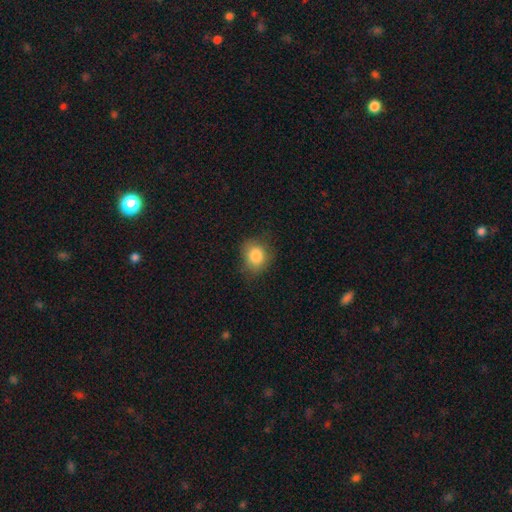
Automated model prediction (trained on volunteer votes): Smooth or featured? Predicted: smooth (p=0.84). How rounded? Predicted: round (p=0.67). Merging? Predicted: none (p=0.73).